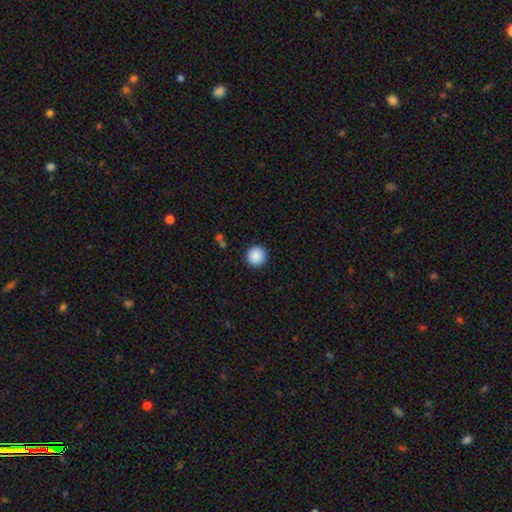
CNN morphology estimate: Q: Smooth or featured?
A: smooth (89%); runner-up: star or artifact (8%)
Q: How rounded?
A: round (96%); runner-up: in between (3%)
Q: Merging?
A: none (93%); runner-up: minor disturbance (4%)